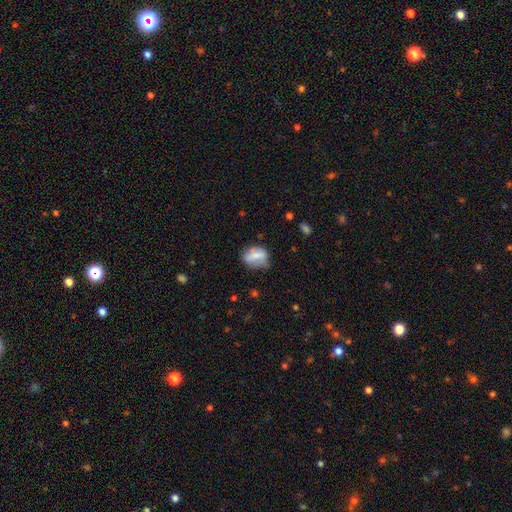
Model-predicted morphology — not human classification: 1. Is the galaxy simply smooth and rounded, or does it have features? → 63% smooth, 28% featured or disk, 9% star or artifact.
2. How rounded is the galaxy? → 65% in between, 31% round, 4% cigar-shaped.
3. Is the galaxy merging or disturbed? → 57% none, 29% minor disturbance, 11% major disturbance, 3% merger.